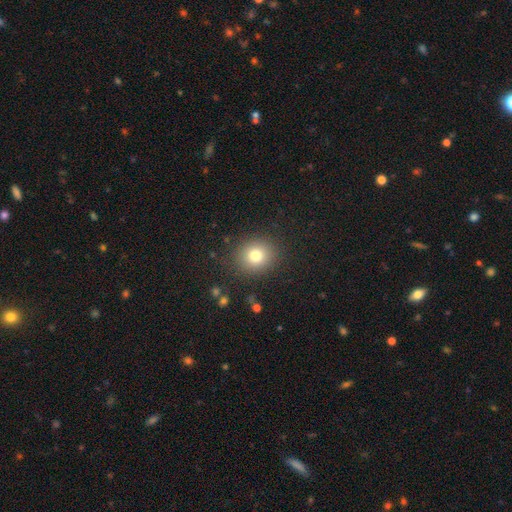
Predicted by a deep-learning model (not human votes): This appears to be a smooth galaxy with no disk features (79%) that is round (78%). Merging: none (88%).